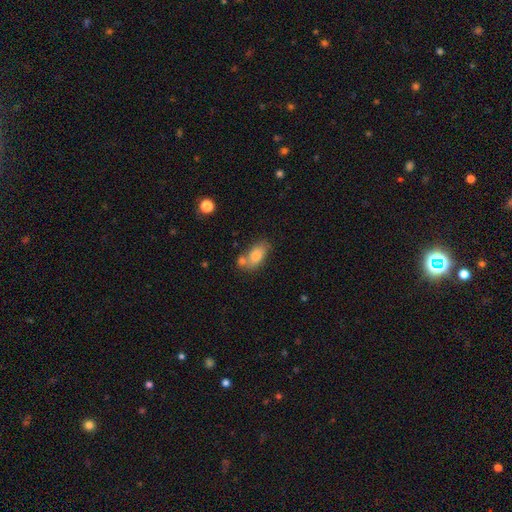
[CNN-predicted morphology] This appears to be a smooth galaxy with no disk features (79%) that is in between round and cigar-shaped (89%). Merging: none (47%).